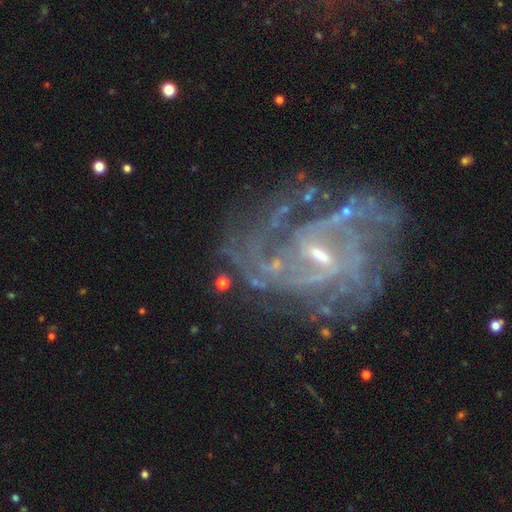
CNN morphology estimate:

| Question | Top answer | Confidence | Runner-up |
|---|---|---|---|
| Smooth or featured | featured or disk | 90% | star or artifact (7%) |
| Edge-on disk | no | 98% | yes (2%) |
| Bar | weak | 61% | strong (20%) |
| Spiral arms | yes | 96% | no (4%) |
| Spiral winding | medium | 46% | tight (37%) |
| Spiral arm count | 2 | 31% | can't tell (25%) |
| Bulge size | small | 66% | moderate (27%) |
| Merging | none | 62% | minor disturbance (18%) |